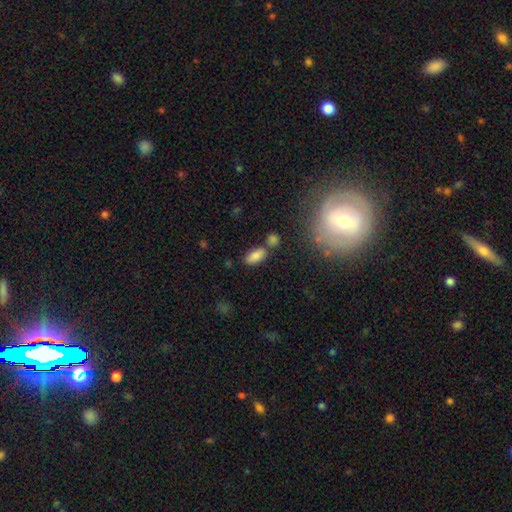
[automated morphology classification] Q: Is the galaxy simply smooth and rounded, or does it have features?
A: smooth — 82%.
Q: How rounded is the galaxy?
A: in between — 89%.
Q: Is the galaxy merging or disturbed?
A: none — 69%.